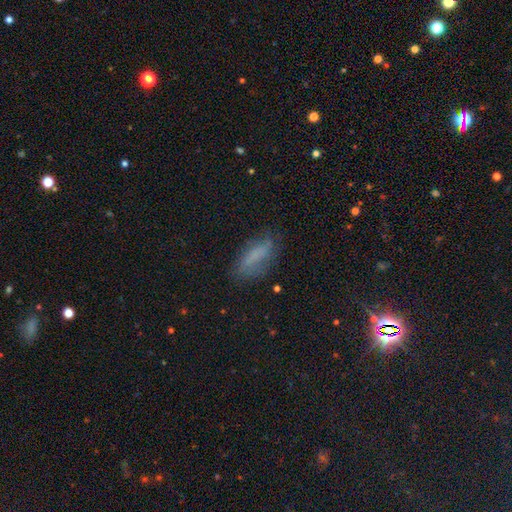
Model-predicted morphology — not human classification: type=smooth (62%); roundness=in between (67%); merging=none (65%).